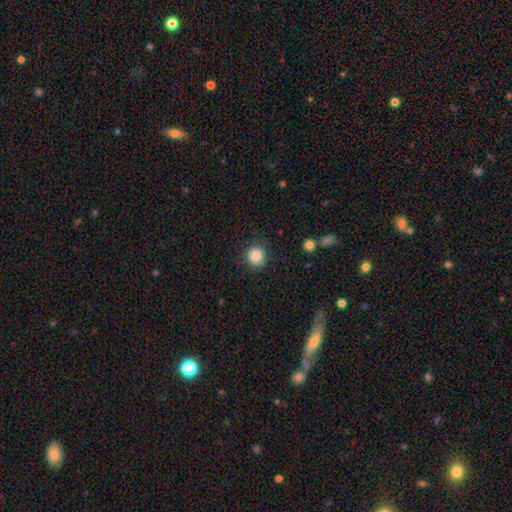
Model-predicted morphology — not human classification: A smooth galaxy with no disk features (86%) that is round (91%). Merging: none (87%).